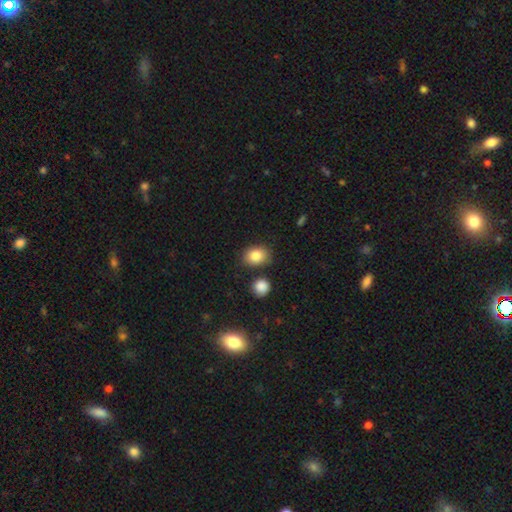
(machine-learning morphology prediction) The model was most divided on "how rounded": in between: 61%, round: 38%, cigar-shaped: 1%. More confident: smooth or featured — smooth (84%); merging — none (80%).